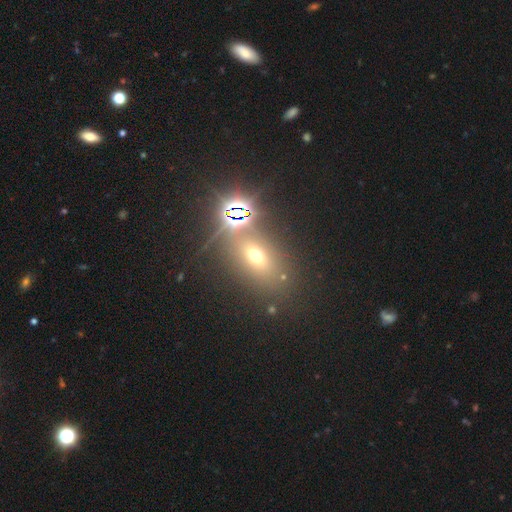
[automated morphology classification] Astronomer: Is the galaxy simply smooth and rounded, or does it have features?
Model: smooth — 47% (runner-up: star or artifact, 37%).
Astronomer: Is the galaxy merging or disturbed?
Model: none — 73%.